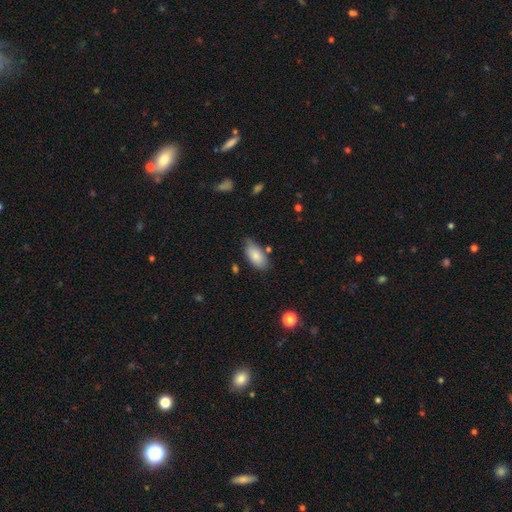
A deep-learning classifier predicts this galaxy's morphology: This is clearly a smooth galaxy (84%). How rounded: clearly in between (92%). Merging: likely none (69%).